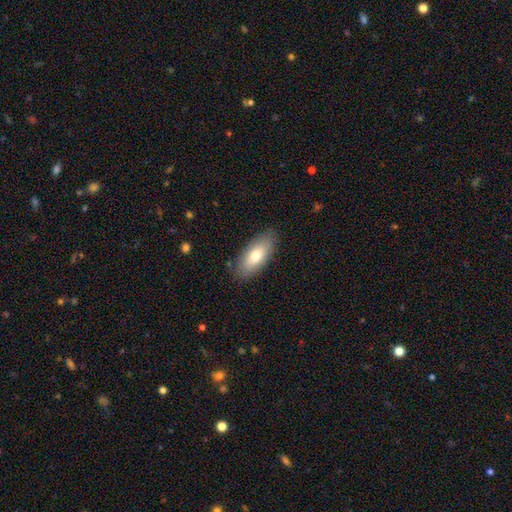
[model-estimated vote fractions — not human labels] Q: Smooth or featured?
A: smooth (76%); runner-up: featured or disk (18%)
Q: How rounded?
A: in between (83%); runner-up: cigar-shaped (14%)
Q: Merging?
A: none (86%); runner-up: minor disturbance (11%)